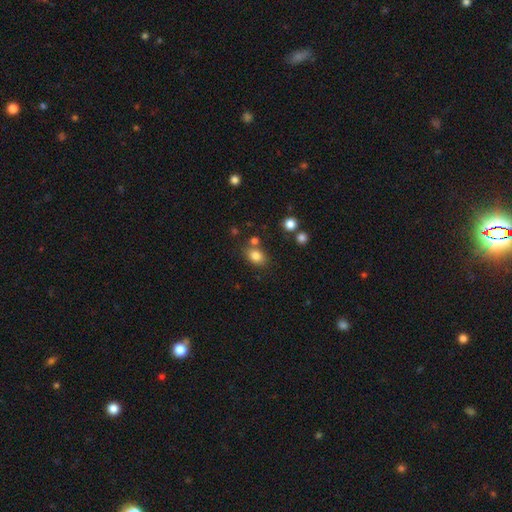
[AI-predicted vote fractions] smooth_or_featured: smooth (p=0.82) [alt: star or artifact p=0.11]
how_rounded: in between (p=0.66) [alt: round p=0.33]
merging: none (p=0.72) [alt: minor disturbance p=0.13]